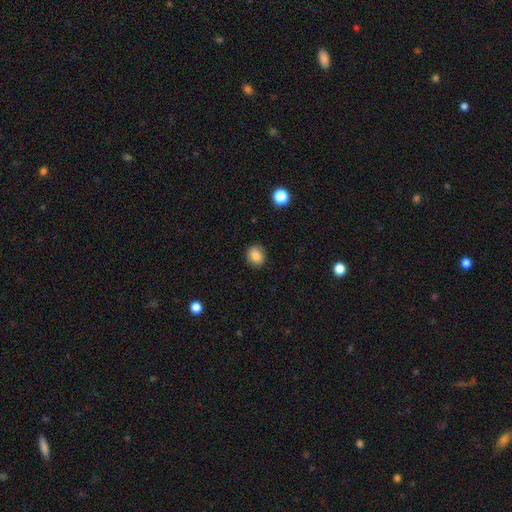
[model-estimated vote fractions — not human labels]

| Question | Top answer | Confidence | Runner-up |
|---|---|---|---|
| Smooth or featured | smooth | 85% | star or artifact (10%) |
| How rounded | round | 71% | in between (28%) |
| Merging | none | 87% | minor disturbance (10%) |